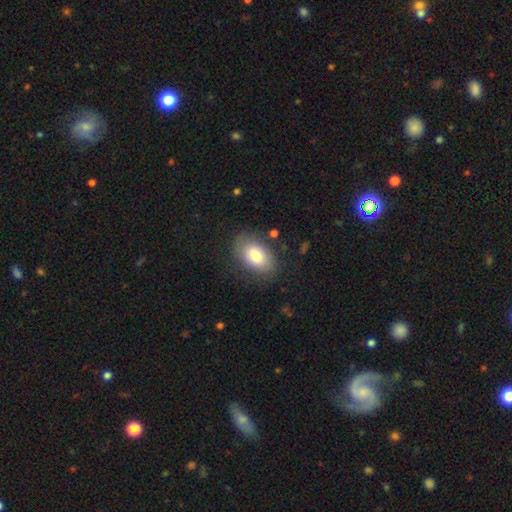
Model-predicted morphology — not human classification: Overall: smooth (77%). How rounded: in between (89%). Merging: none (78%).